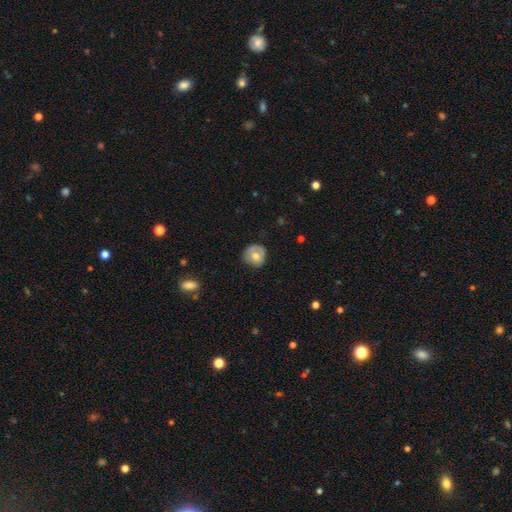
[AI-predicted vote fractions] smooth 60%, featured or disk 33%, star or artifact 7%. Down the decision tree: how rounded — round (85%); merging — none (68%).